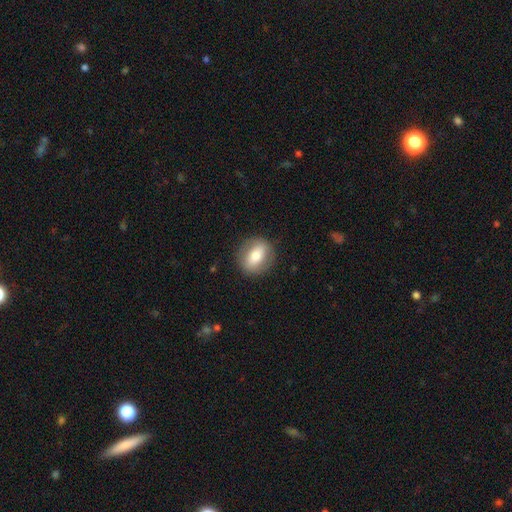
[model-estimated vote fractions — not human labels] This is likely a smooth galaxy (64%). How rounded: possibly round (53%). Merging: clearly none (86%).